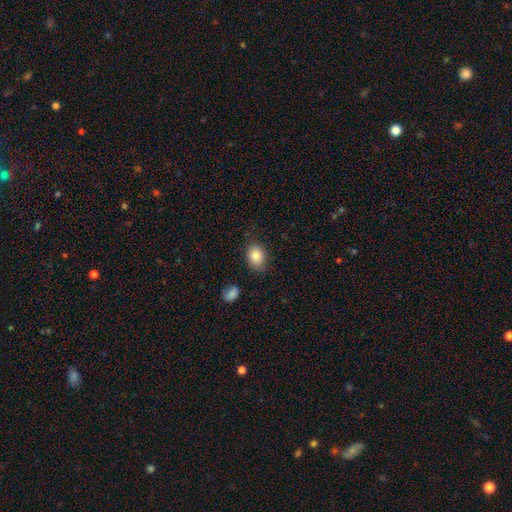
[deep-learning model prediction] Smooth or featured? smooth (84%)
How rounded? in between (71%)
Merging? none (79%)